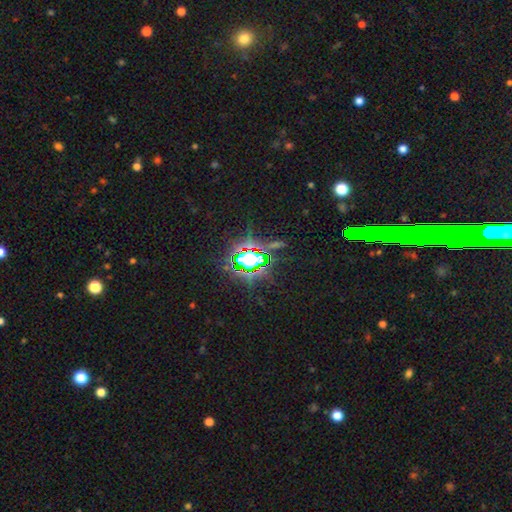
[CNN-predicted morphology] Overall: star or artifact (82%).